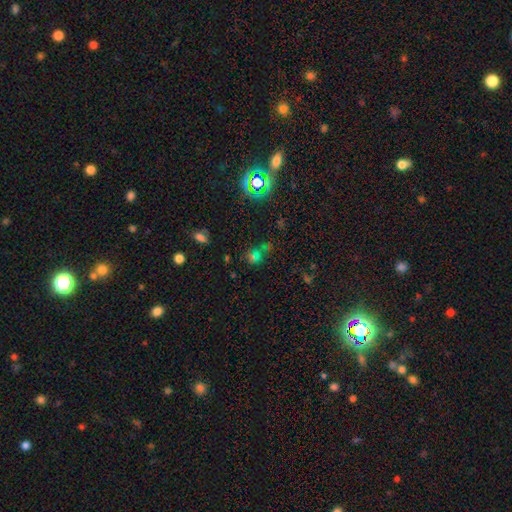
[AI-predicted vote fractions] Q: Smooth or featured?
A: star or artifact (46%); runner-up: smooth (43%)